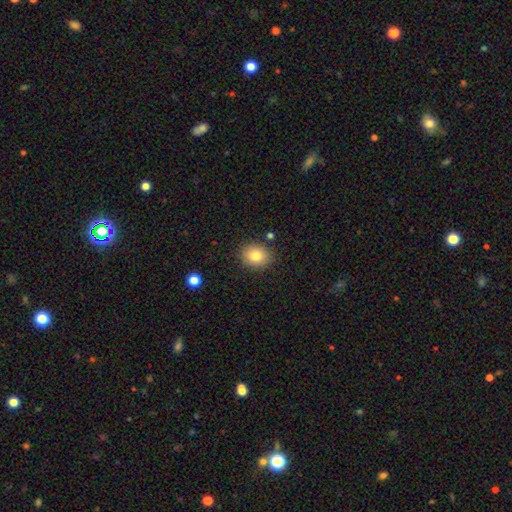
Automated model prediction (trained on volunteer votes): Smooth or featured? smooth (81%)
How rounded? round (62%)
Merging? none (87%)